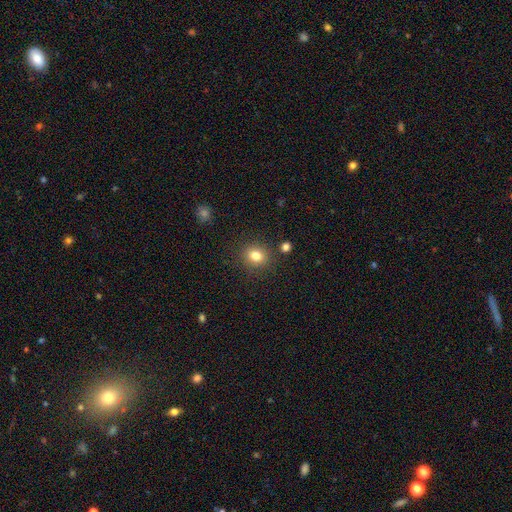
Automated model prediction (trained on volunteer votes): This appears to be a smooth galaxy with no disk features (80%) that is round (74%). Merging: none (85%).